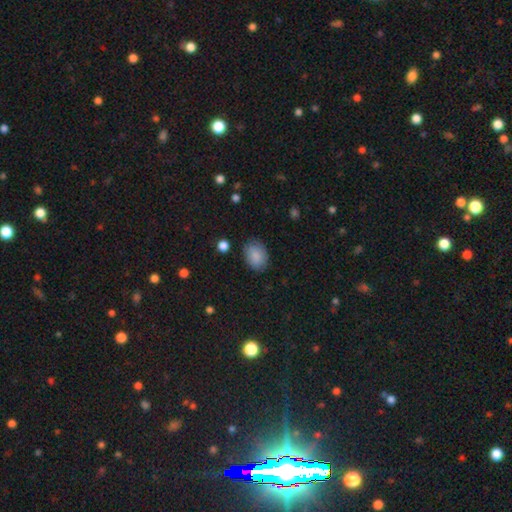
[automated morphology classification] This is clearly a smooth galaxy (86%). How rounded: likely in between (72%). Merging: likely none (79%).